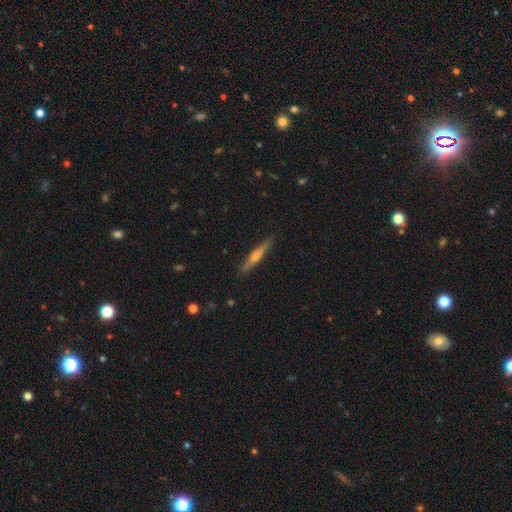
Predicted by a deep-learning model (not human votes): Overall: featured or disk (56%; smooth 38%). Edge-on disk: yes (96%). Edge-on bulge: rounded (71%). Merging: none (89%).